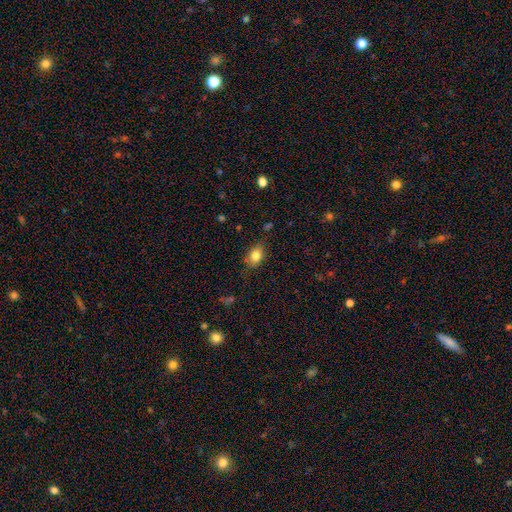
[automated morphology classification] Q: Smooth or featured?
A: smooth (81%); runner-up: featured or disk (10%)
Q: How rounded?
A: in between (74%); runner-up: round (24%)
Q: Merging?
A: none (76%); runner-up: minor disturbance (18%)